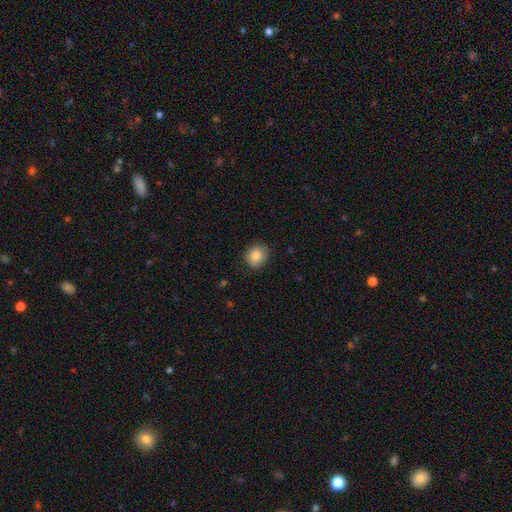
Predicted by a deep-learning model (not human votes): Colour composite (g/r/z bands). It shows a smooth galaxy with no disk features (85%) that is round (69%). Merging: none (86%).